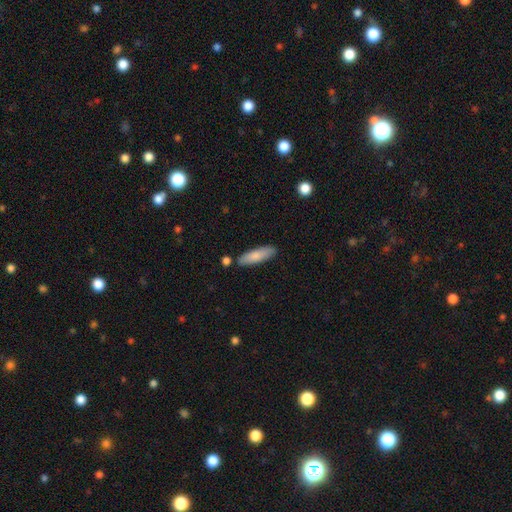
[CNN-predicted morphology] Q: Smooth or featured?
A: smooth (81%); runner-up: featured or disk (14%)
Q: How rounded?
A: cigar-shaped (55%); runner-up: in between (43%)
Q: Merging?
A: none (82%); runner-up: minor disturbance (11%)